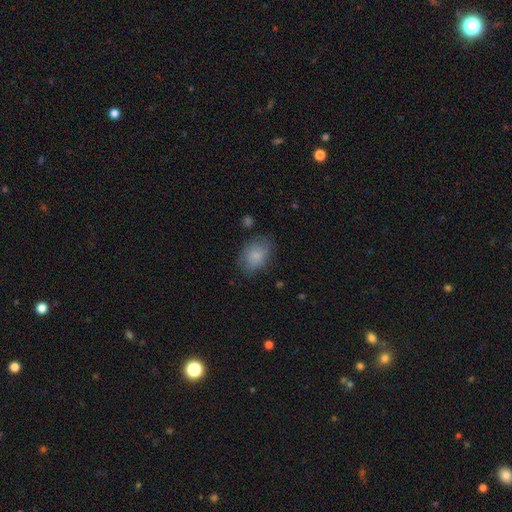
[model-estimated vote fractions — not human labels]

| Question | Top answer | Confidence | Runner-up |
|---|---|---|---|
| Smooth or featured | smooth | 82% | featured or disk (11%) |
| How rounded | in between | 76% | round (23%) |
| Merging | none | 70% | minor disturbance (21%) |